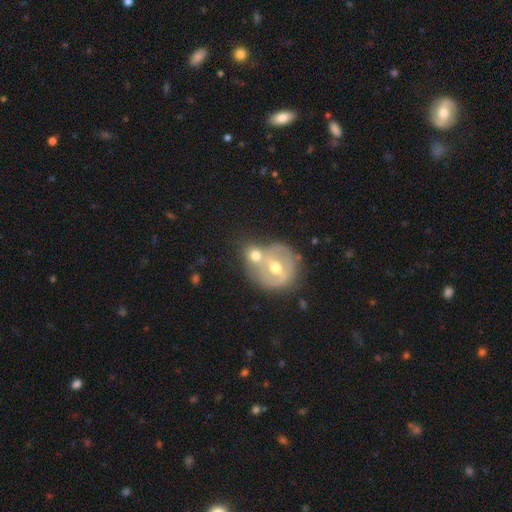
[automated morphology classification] Smooth or featured: smooth — 53% (featured or disk — 39%)
How rounded: round — 76% (in between — 22%)
Merging: merger — 52% (none — 34%)